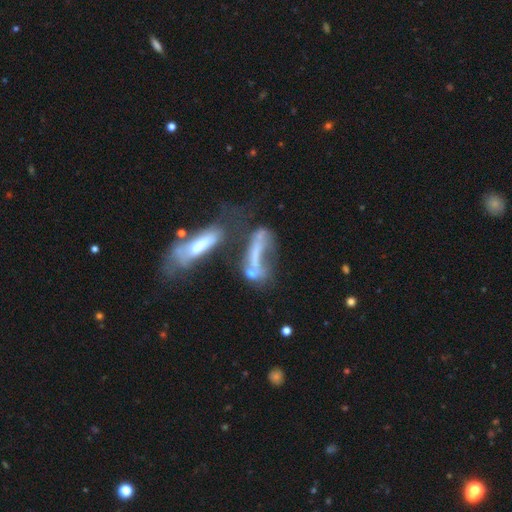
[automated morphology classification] featured or disk 47%, smooth 38%, star or artifact 15%. Down the decision tree: merging — merger (48%).